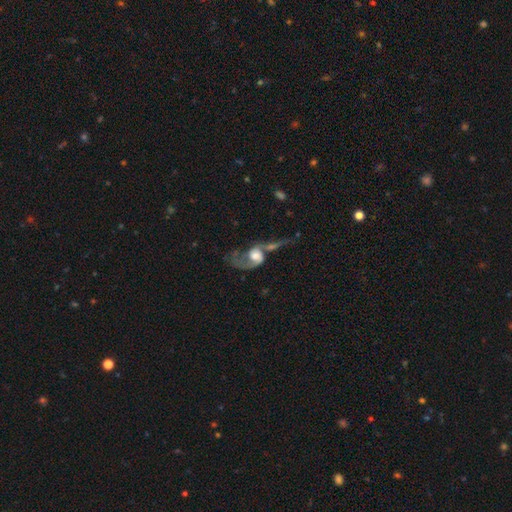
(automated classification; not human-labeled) This appears to be a featured or disk galaxy (62%) with no bar (71%), spiral arms (77%) and a large central bulge (45%). Merging: merger (41%).